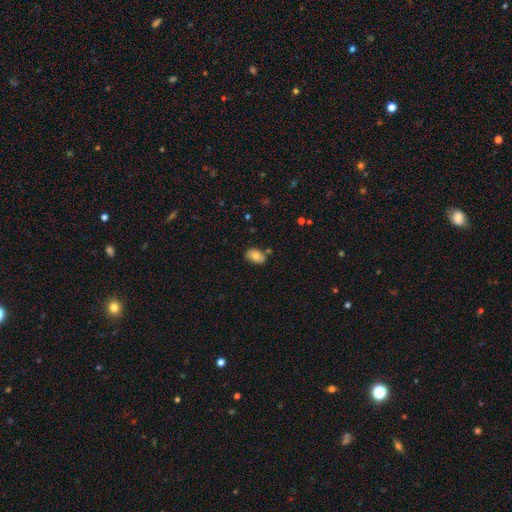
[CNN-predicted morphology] smooth-or-featured: smooth: 71% | featured or disk: 21% | star or artifact: 8%
  how-rounded: in between: 85% | round: 13% | cigar-shaped: 1%
  merging: none: 78% | minor disturbance: 15% | merger: 5% | major disturbance: 3%